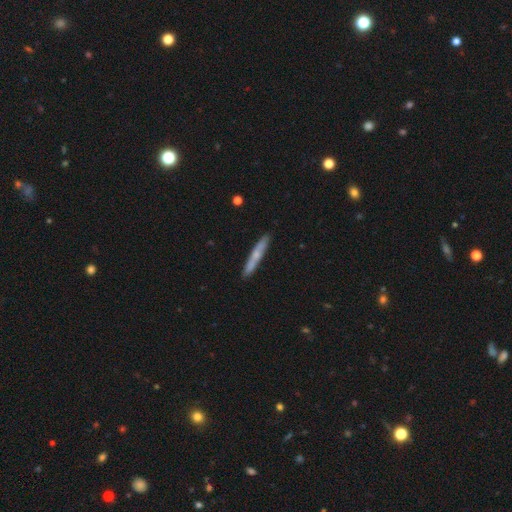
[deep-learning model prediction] Smooth or featured: smooth — 52% (featured or disk — 42%)
How rounded: cigar-shaped — 95% (in between — 4%)
Merging: none — 87% (minor disturbance — 9%)